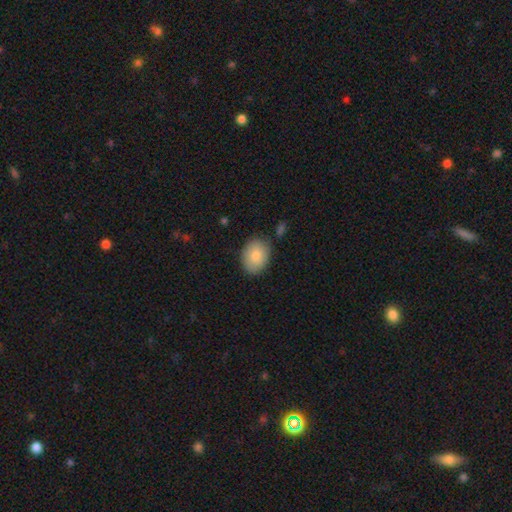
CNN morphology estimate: Smooth or featured? smooth (83%)
How rounded? in between (68%)
Merging? none (79%)